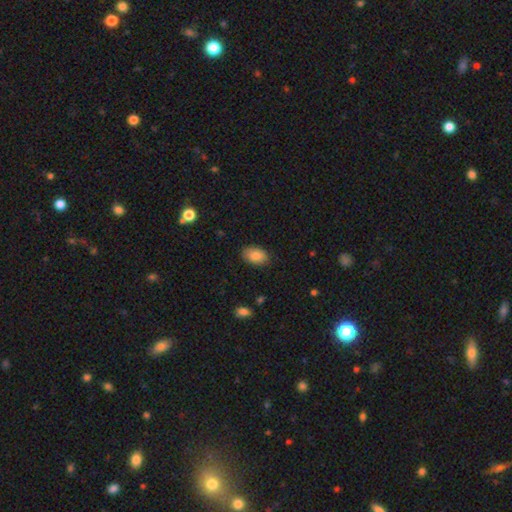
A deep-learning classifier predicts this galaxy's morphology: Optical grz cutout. It shows a smooth galaxy with no disk features (84%) that is in between round and cigar-shaped (90%). Merging: none (86%).